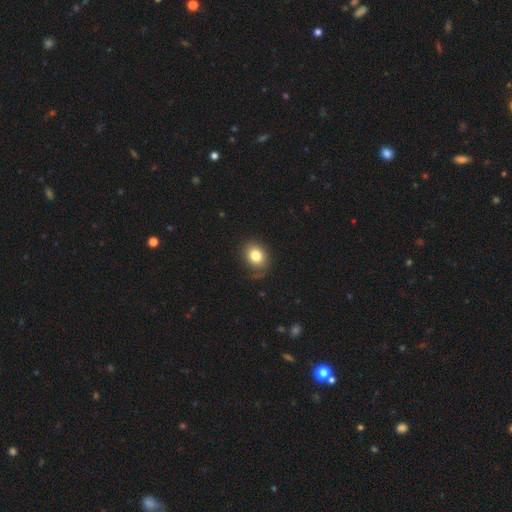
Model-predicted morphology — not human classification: This appears to be a smooth galaxy with no disk features (80%) that is round (58%). Merging: none (73%).